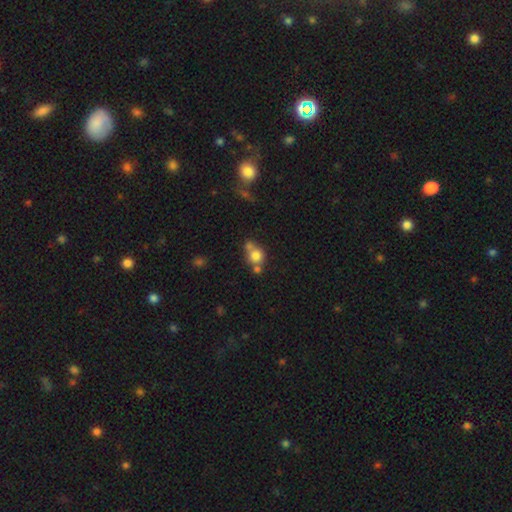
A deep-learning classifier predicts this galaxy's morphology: A smooth galaxy with no disk features (75%) that is round (76%).

Vote fractions:
- Smooth or featured? smooth: 75% / featured or disk: 14% / star or artifact: 12%
- How rounded? round: 76% / in between: 23% / cigar-shaped: 1%
- Merging? merger: 42% / none: 41% / minor disturbance: 12% / major disturbance: 6%